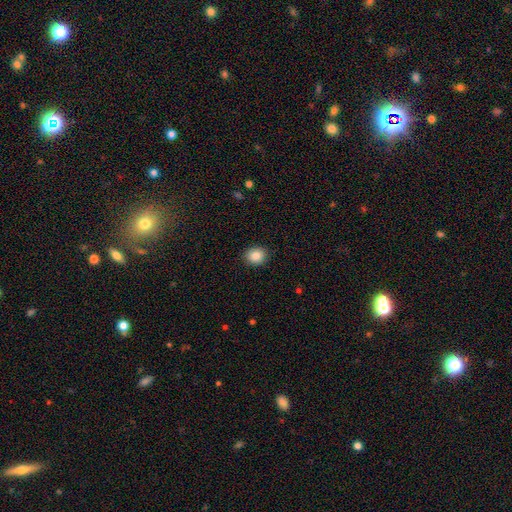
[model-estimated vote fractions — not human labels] A smooth galaxy with no disk features (87%) that is round (69%). Merging: none (91%).